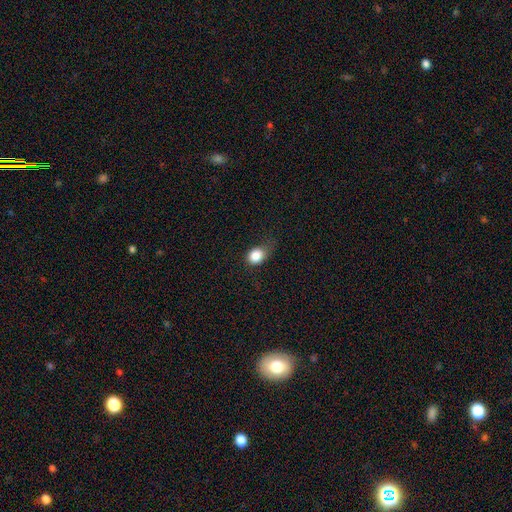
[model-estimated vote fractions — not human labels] Overall: smooth (84%). How rounded: round (50%; in between 49%). Merging: none (48%; minor disturbance 34%).